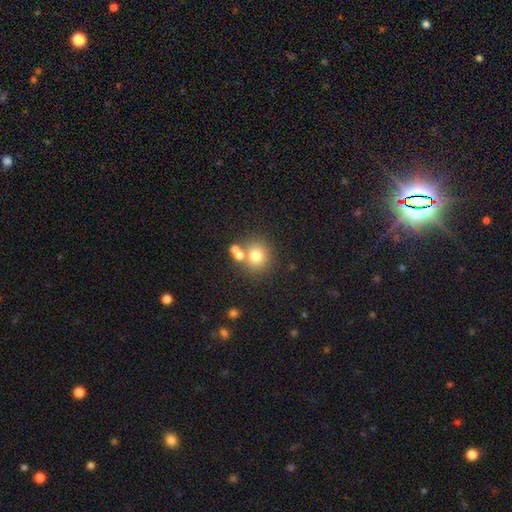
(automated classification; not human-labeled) Smooth or featured: smooth — 75% (star or artifact — 13%)
How rounded: round — 86% (in between — 13%)
Merging: none — 63% (merger — 24%)